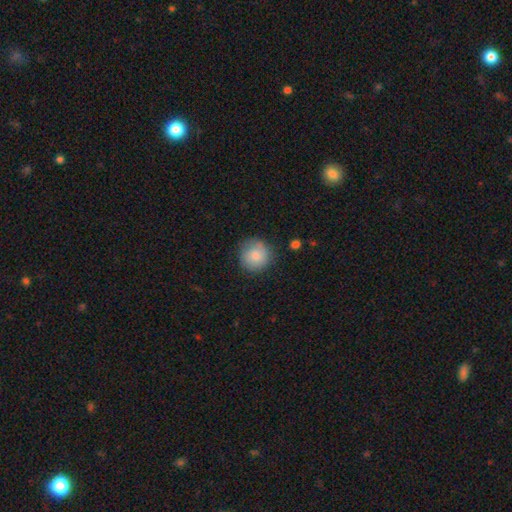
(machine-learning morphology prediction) Smooth or featured?
  - smooth: 85% *
  - featured or disk: 8%
  - star or artifact: 7%
How rounded?
  - round: 93% *
  - in between: 6%
  - cigar-shaped: 1%
Merging?
  - none: 82% *
  - minor disturbance: 13%
  - major disturbance: 3%
  - merger: 2%